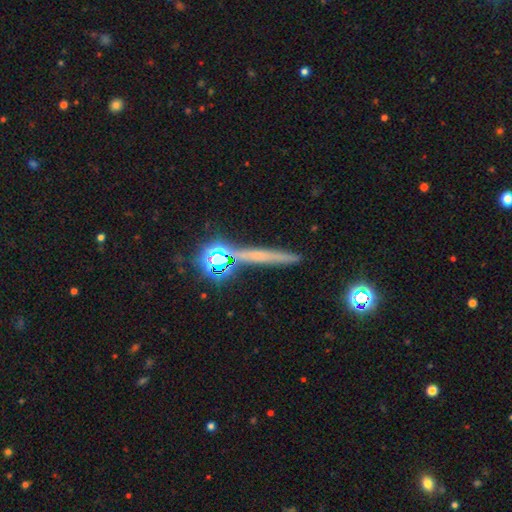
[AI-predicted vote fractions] This is marginally a smooth galaxy (39%). Merging: clearly none (81%).